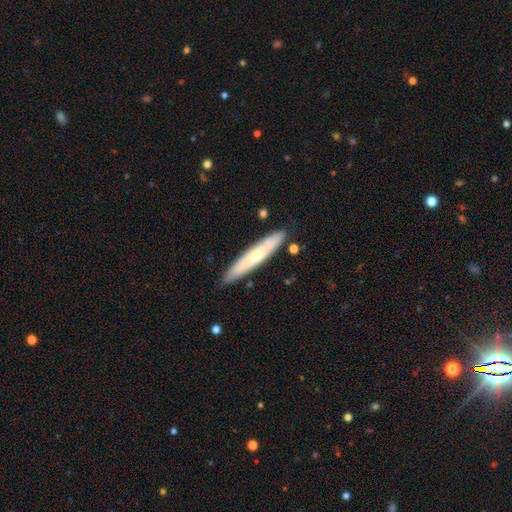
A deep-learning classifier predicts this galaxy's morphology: A smooth galaxy with no disk features (51%) that is cigar-shaped (89%).

Vote fractions:
- Smooth or featured? smooth: 51% / featured or disk: 43% / star or artifact: 5%
- How rounded? cigar-shaped: 89% / in between: 10% / round: 1%
- Merging? none: 85% / minor disturbance: 11% / merger: 2% / major disturbance: 2%